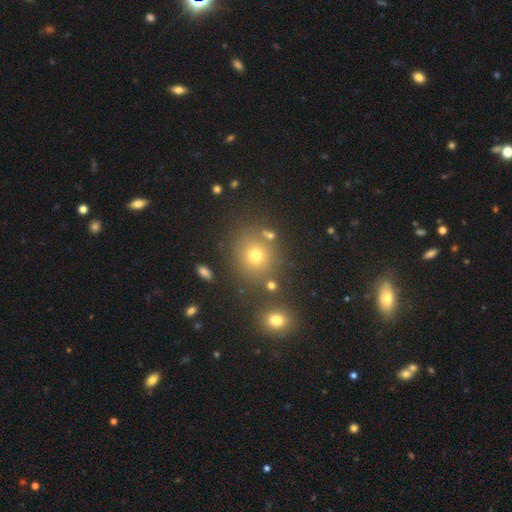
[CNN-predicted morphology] Q: Smooth or featured?
A: smooth (68%); runner-up: star or artifact (22%)
Q: How rounded?
A: round (85%); runner-up: in between (14%)
Q: Merging?
A: none (78%); runner-up: merger (10%)